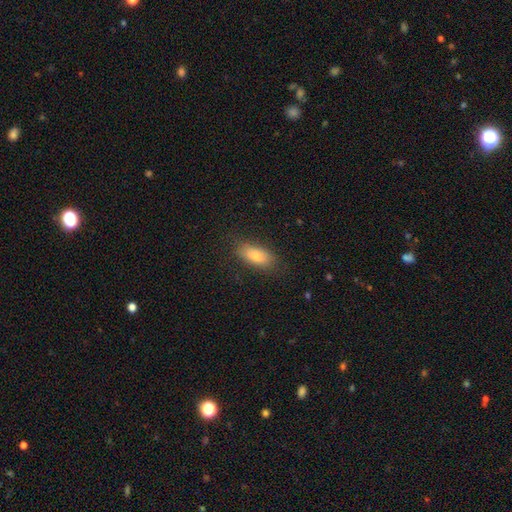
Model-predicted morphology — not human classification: The model was most divided on "smooth or featured": smooth: 78%, featured or disk: 13%, star or artifact: 8%. More confident: merging — none (82%); how rounded — in between (82%).